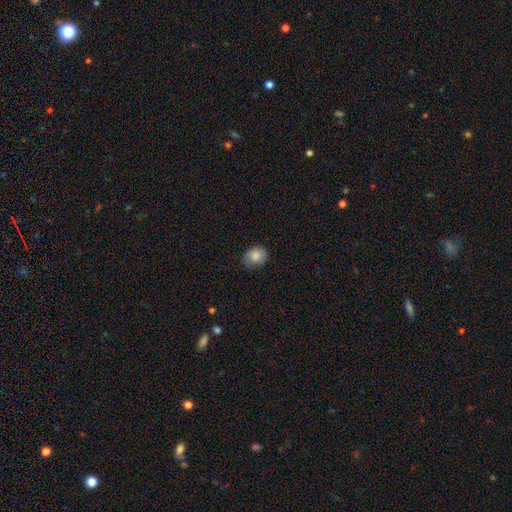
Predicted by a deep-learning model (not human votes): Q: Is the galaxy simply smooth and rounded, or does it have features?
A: smooth — 83%.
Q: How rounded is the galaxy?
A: in between — 51%.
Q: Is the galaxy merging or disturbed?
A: none — 73%.